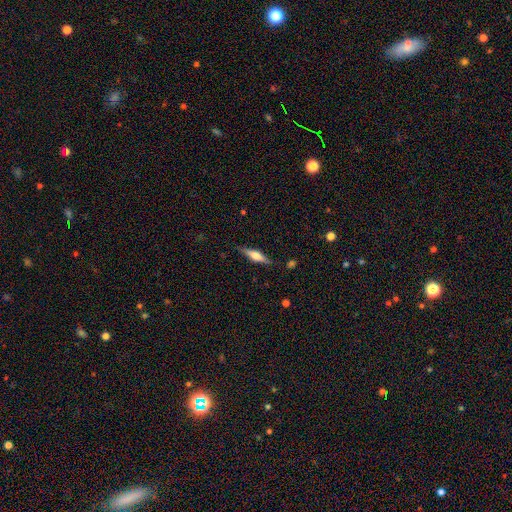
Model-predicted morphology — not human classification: This appears to be a featured or disk galaxy (60%) viewed edge-on (96%) with a rounded central bulge (82%). Merging: none (85%).